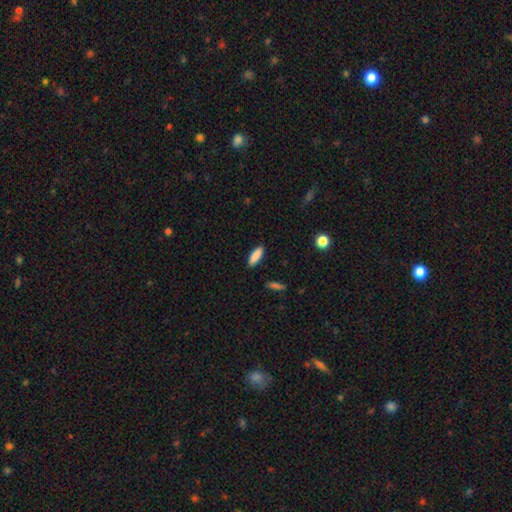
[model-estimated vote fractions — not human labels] smooth_or_featured: smooth (p=0.88) [alt: star or artifact p=0.07]
how_rounded: in between (p=0.55) [alt: cigar-shaped p=0.43]
merging: none (p=0.88) [alt: minor disturbance p=0.08]